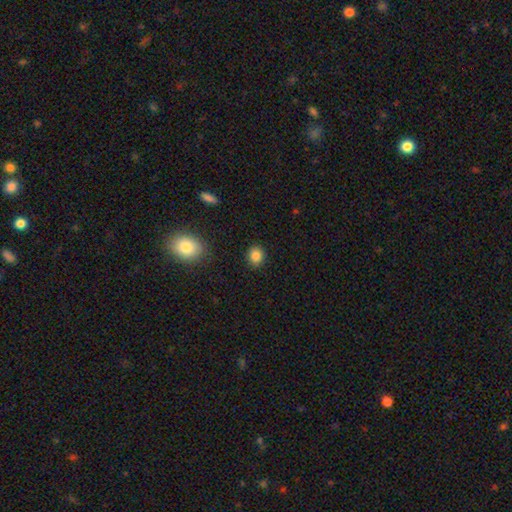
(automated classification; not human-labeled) Smooth or featured? smooth (85%)
How rounded? round (72%)
Merging? none (90%)